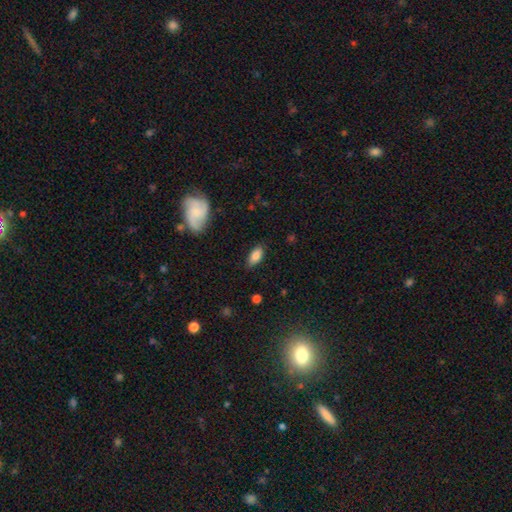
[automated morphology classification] smooth 83%, featured or disk 9%, star or artifact 8%. Down the decision tree: how rounded — in between (89%); merging — none (80%).